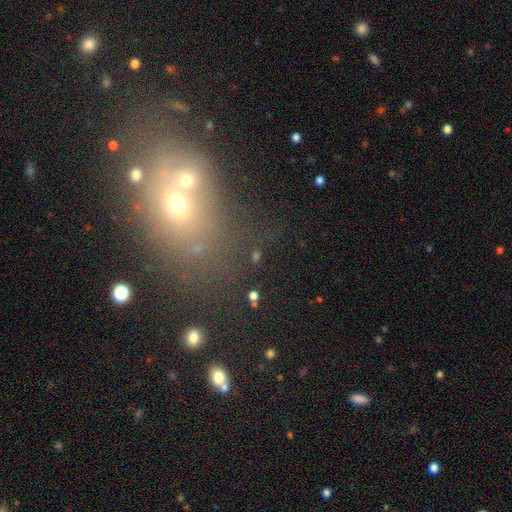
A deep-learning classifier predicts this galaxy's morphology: This appears to be a smooth galaxy with no disk features (46%). Merging: none (62%).